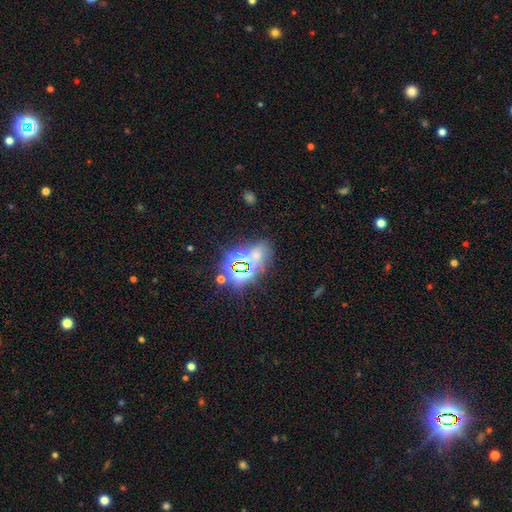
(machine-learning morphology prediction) The model was most divided on "smooth or featured": star or artifact: 67%, smooth: 20%, featured or disk: 13%.